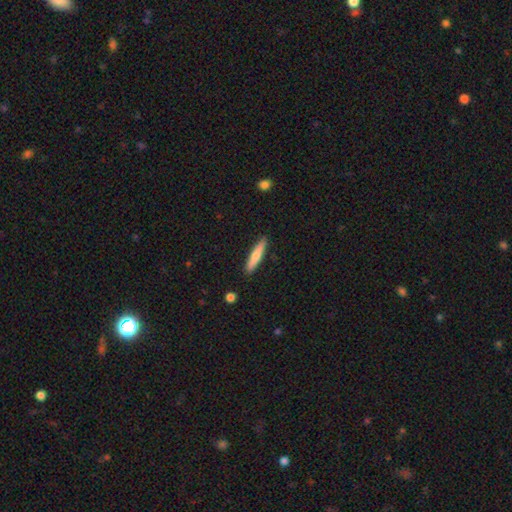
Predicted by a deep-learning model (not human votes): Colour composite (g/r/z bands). It shows a smooth galaxy with no disk features (73%) that is cigar-shaped (89%). Merging: none (90%).